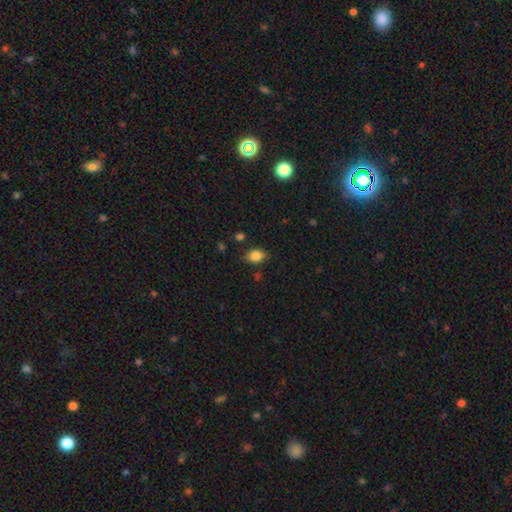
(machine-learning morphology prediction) Q: Smooth or featured?
A: smooth (84%); runner-up: star or artifact (10%)
Q: How rounded?
A: in between (69%); runner-up: round (30%)
Q: Merging?
A: none (80%); runner-up: minor disturbance (14%)